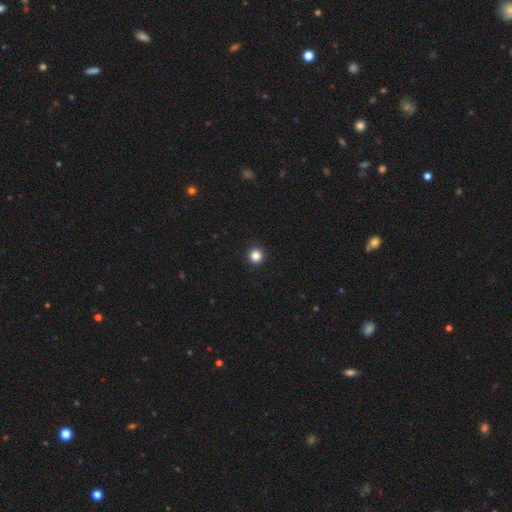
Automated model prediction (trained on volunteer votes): smooth 85%, star or artifact 12%, featured or disk 3%. Down the decision tree: how rounded — round (95%); merging — none (94%).